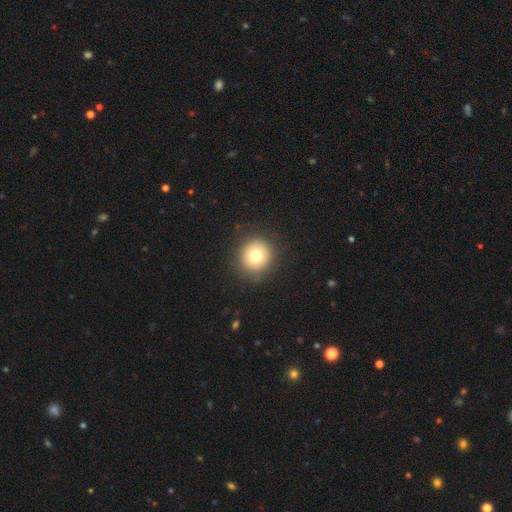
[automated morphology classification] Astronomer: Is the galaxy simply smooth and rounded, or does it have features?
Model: smooth — 76%.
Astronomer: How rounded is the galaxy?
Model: round — 93%.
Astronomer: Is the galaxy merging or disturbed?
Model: none — 88%.